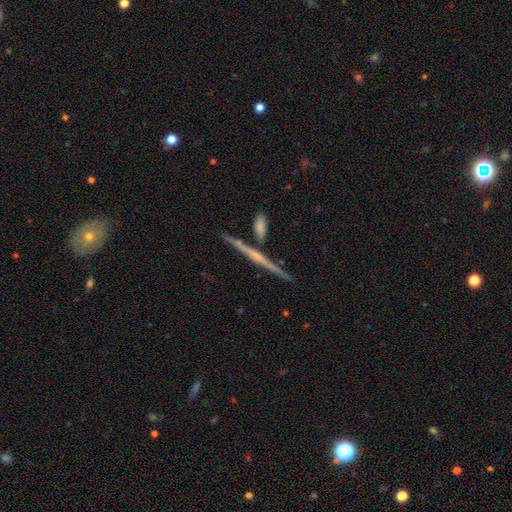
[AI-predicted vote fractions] Q: Smooth or featured?
A: featured or disk (72%); runner-up: smooth (20%)
Q: Edge-on disk?
A: yes (97%); runner-up: no (3%)
Q: Edge-on bulge?
A: none (49%); runner-up: rounded (40%)
Q: Merging?
A: none (82%); runner-up: merger (9%)